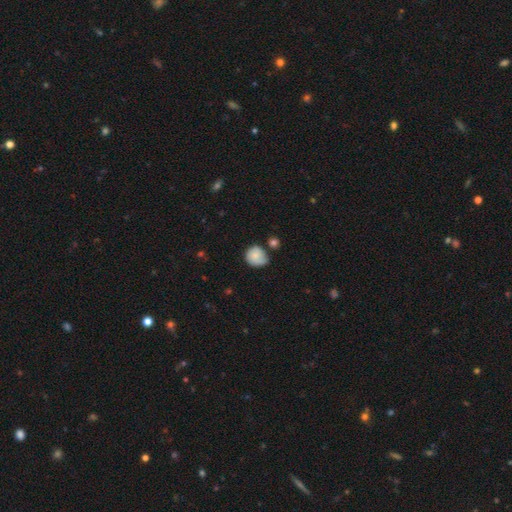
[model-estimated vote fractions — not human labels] smooth-or-featured: smooth: 74% | featured or disk: 18% | star or artifact: 8%
  how-rounded: round: 81% | in between: 19% | cigar-shaped: 1%
  merging: none: 51% | minor disturbance: 34% | major disturbance: 8% | merger: 6%